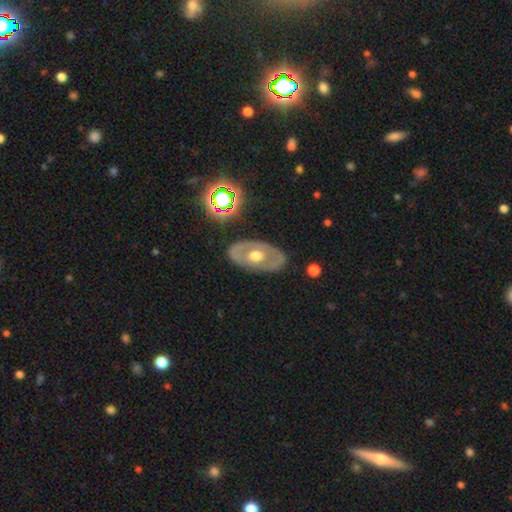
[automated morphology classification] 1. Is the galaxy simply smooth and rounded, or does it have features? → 61% featured or disk, 33% smooth, 6% star or artifact.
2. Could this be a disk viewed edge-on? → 88% no, 12% yes.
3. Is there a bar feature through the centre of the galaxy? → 87% no, 10% weak, 3% strong.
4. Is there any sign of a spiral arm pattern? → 82% no, 18% yes.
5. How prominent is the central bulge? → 76% moderate, 13% large, 9% small, 1% dominant, 1% none.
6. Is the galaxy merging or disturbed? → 82% none, 12% minor disturbance, 4% major disturbance, 2% merger.